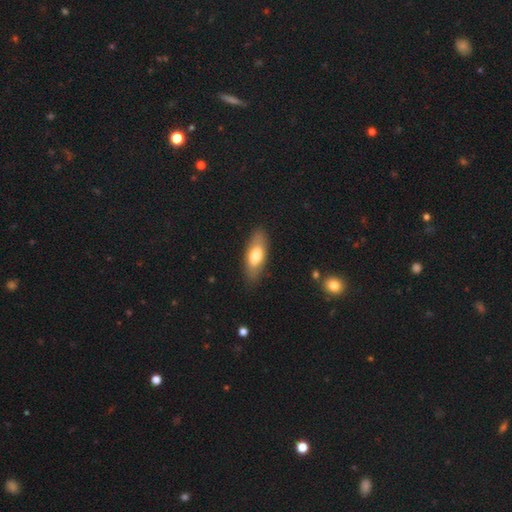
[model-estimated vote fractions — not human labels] Morphology: type=smooth (68%); roundness=in between (73%); merging=none (85%).